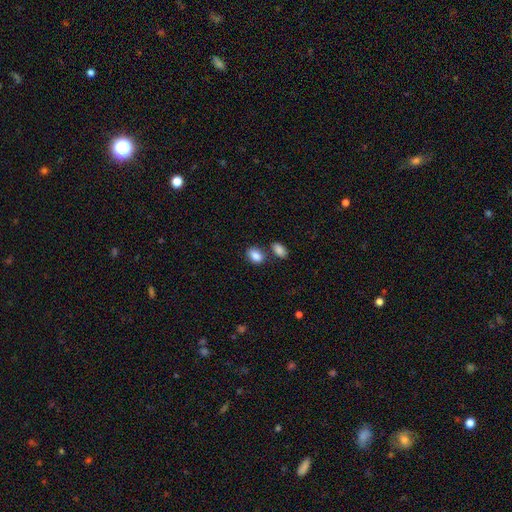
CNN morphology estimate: smooth 87%, star or artifact 8%, featured or disk 5%. Down the decision tree: how rounded — in between (79%); merging — none (66%).